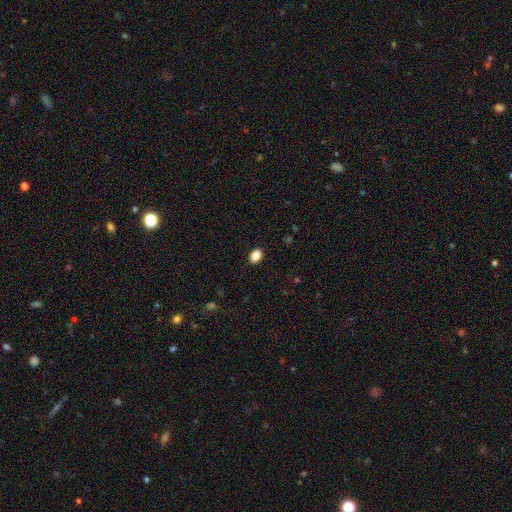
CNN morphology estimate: Overall: smooth (87%). How rounded: in between (70%). Merging: none (90%).